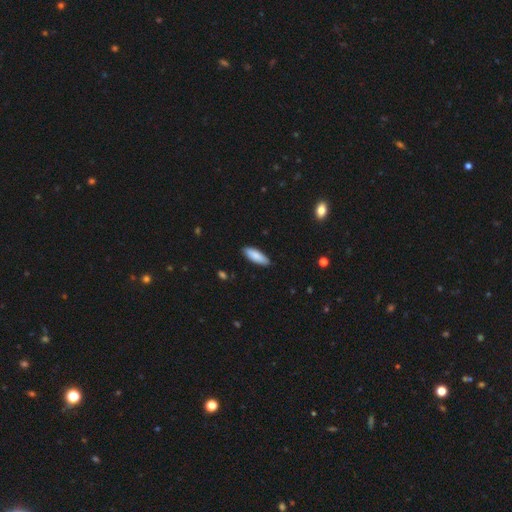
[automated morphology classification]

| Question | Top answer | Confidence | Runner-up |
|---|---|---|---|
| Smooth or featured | smooth | 86% | featured or disk (8%) |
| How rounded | in between | 58% | cigar-shaped (40%) |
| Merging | none | 89% | minor disturbance (9%) |